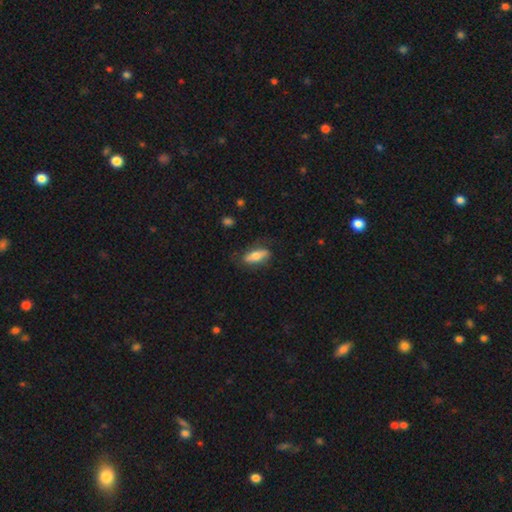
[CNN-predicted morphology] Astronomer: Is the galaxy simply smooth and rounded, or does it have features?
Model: smooth — 66%.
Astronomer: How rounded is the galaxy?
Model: in between — 64%.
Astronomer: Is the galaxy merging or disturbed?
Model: none — 74%.